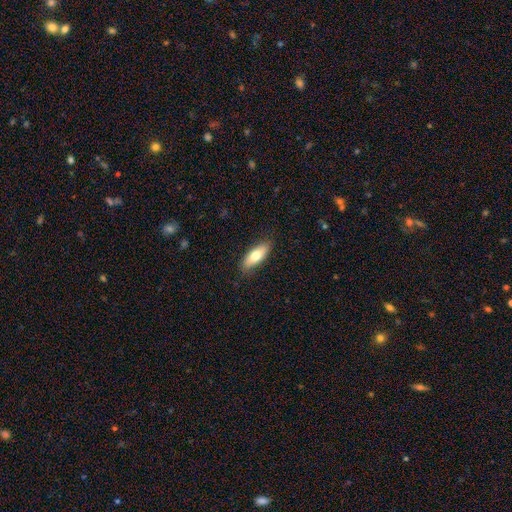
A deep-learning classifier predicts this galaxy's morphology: smooth 72%, featured or disk 22%, star or artifact 6%. Down the decision tree: how rounded — in between (69%); merging — none (85%).